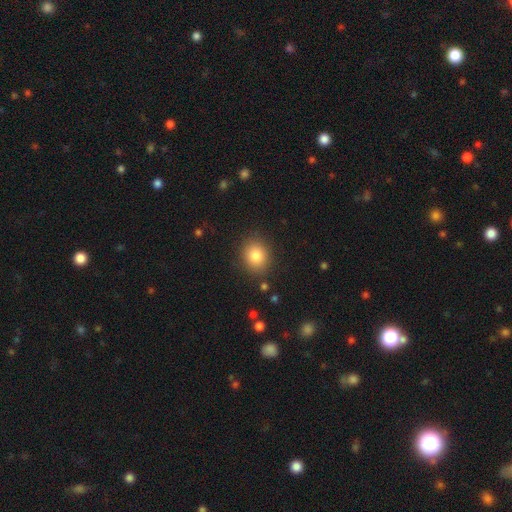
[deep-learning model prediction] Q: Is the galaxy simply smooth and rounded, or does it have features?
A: smooth — 83%.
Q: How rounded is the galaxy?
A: round — 64%.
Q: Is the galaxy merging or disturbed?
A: none — 87%.